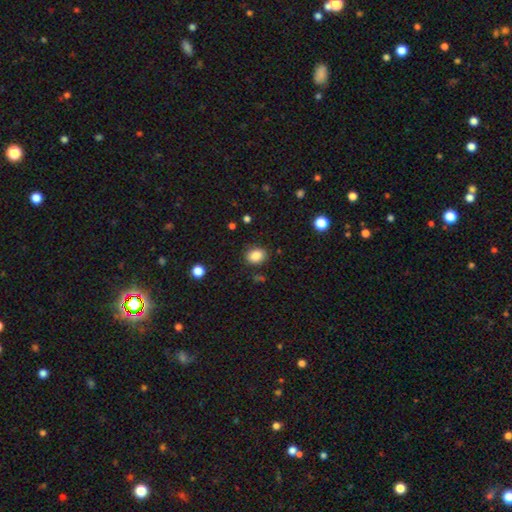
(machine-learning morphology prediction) The model was most divided on "how rounded": in between: 58%, round: 41%, cigar-shaped: 1%. More confident: smooth or featured — smooth (87%); merging — none (83%).